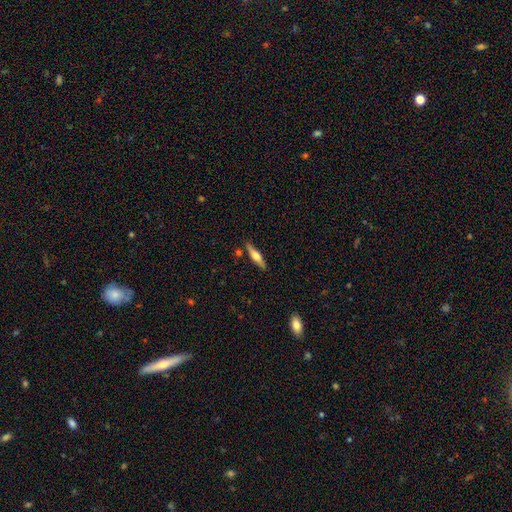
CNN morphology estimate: smooth_or_featured: featured or disk (p=0.59) [alt: smooth p=0.35]
disk_edge_on: yes (p=0.96) [alt: no p=0.04]
edge_on_bulge: rounded (p=0.88) [alt: boxy p=0.09]
merging: none (p=0.85) [alt: minor disturbance p=0.10]